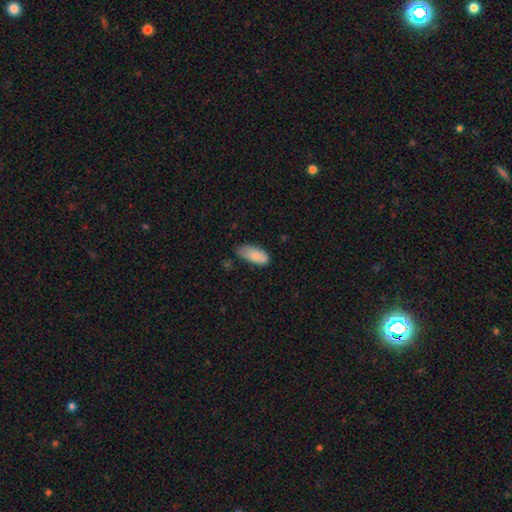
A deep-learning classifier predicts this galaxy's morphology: Overall: smooth (85%). How rounded: in between (89%). Merging: none (53%; minor disturbance 38%).